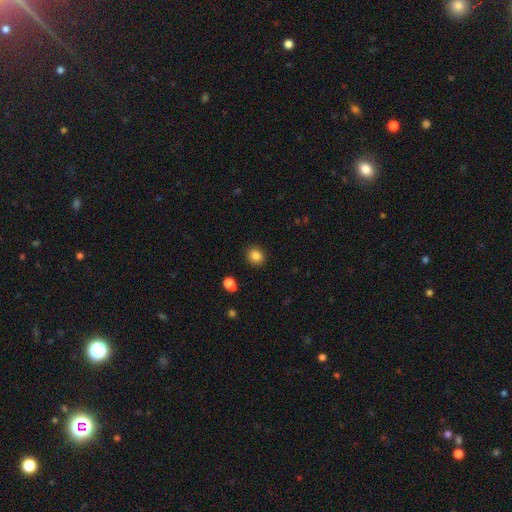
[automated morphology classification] Q: Smooth or featured?
A: smooth (85%); runner-up: star or artifact (11%)
Q: How rounded?
A: round (75%); runner-up: in between (24%)
Q: Merging?
A: none (89%); runner-up: minor disturbance (7%)